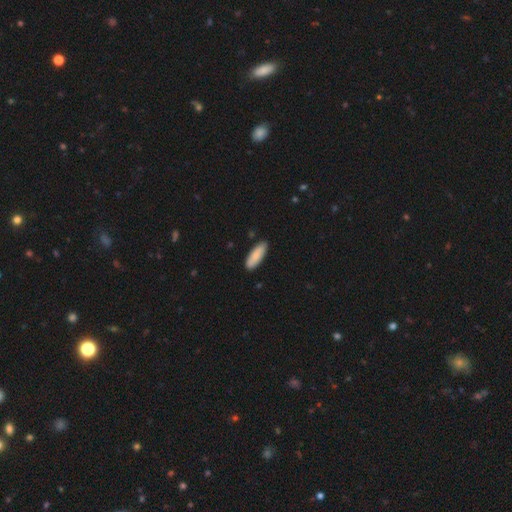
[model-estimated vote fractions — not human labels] Morphology: type=smooth (85%); roundness=in between (65%); merging=none (87%).